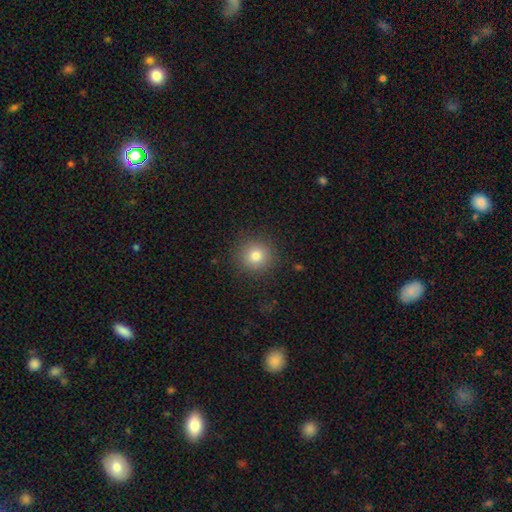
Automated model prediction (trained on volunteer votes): Q: Smooth or featured?
A: smooth (79%); runner-up: star or artifact (13%)
Q: How rounded?
A: round (93%); runner-up: in between (6%)
Q: Merging?
A: none (89%); runner-up: minor disturbance (7%)